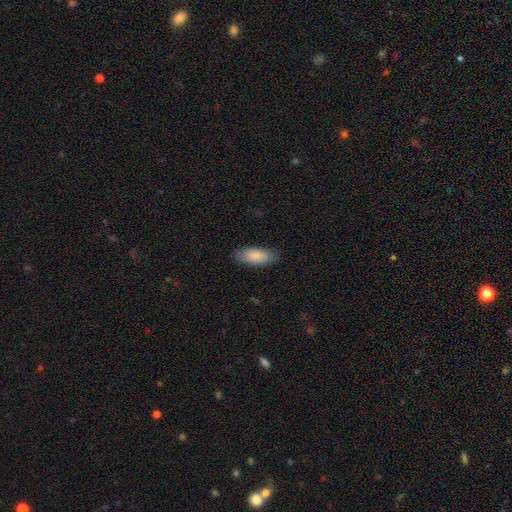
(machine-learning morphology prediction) smooth_or_featured: smooth (p=0.86) [alt: featured or disk p=0.08]
how_rounded: in between (p=0.81) [alt: cigar-shaped p=0.17]
merging: none (p=0.85) [alt: minor disturbance p=0.12]